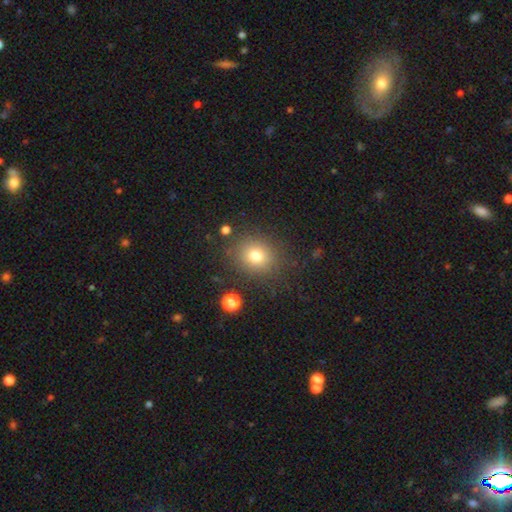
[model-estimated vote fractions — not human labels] Smooth or featured: smooth — 76% (star or artifact — 14%)
How rounded: round — 78% (in between — 21%)
Merging: none — 84% (minor disturbance — 9%)